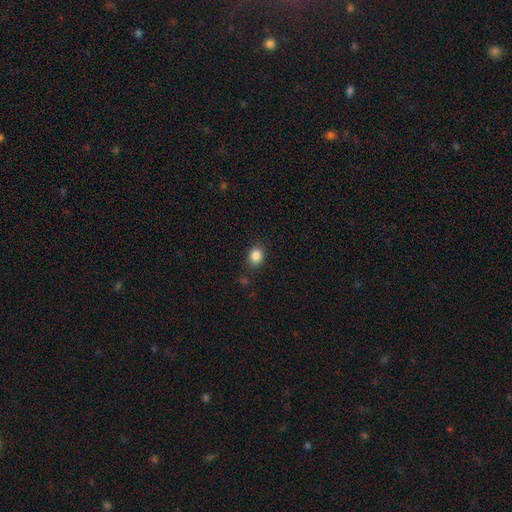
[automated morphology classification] The model was most divided on "how rounded": round: 54%, in between: 45%, cigar-shaped: 1%. More confident: smooth or featured — smooth (85%); merging — none (85%).